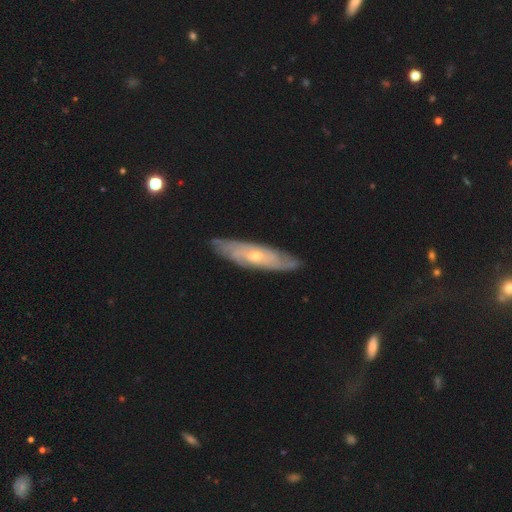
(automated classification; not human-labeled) Smooth or featured: featured or disk — 78% (smooth — 18%)
Edge-on disk: no — 72% (yes — 28%)
Bar: no — 73% (weak — 22%)
Spiral arms: yes — 87% (no — 13%)
Bulge size: small — 53% (moderate — 44%)
Merging: none — 81% (minor disturbance — 15%)